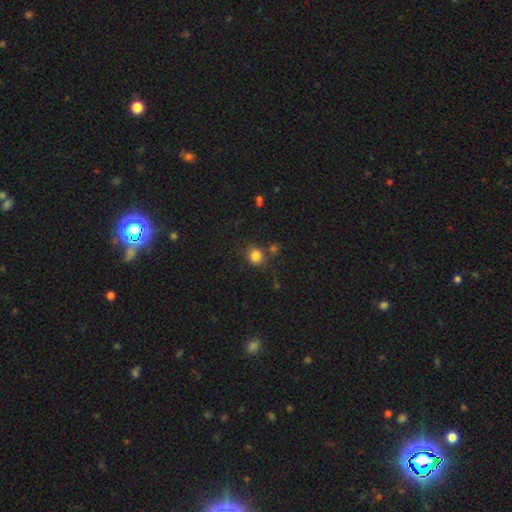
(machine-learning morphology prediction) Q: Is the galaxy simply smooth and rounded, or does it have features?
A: smooth — 82%.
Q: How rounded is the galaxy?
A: round — 79%.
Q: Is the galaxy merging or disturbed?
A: none — 73%.